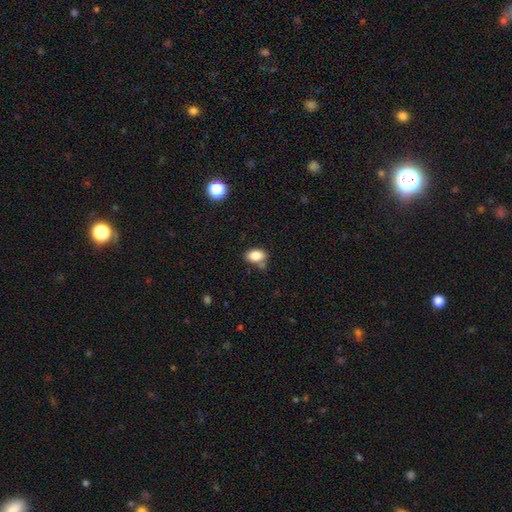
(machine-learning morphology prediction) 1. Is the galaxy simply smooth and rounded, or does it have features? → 84% smooth, 9% star or artifact, 7% featured or disk.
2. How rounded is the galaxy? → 85% in between, 13% round, 2% cigar-shaped.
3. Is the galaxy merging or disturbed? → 62% none, 22% minor disturbance, 12% merger, 5% major disturbance.